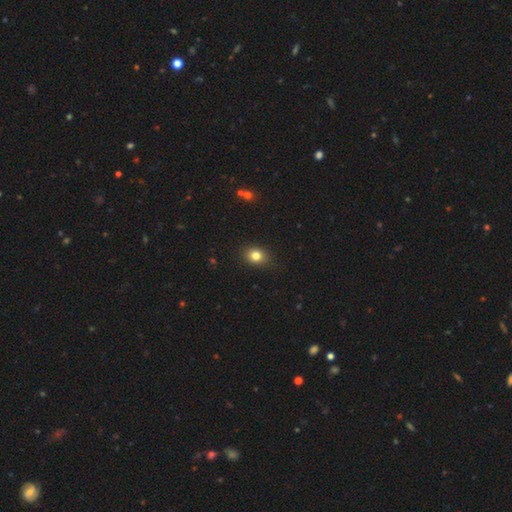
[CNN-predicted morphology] Smooth or featured? Predicted: smooth (p=0.81). How rounded? Predicted: round (p=0.53). Merging? Predicted: none (p=0.87).